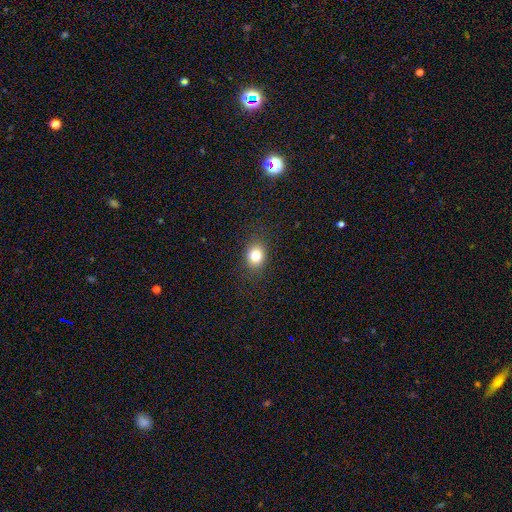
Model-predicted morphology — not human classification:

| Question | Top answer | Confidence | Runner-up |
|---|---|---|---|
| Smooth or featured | smooth | 81% | star or artifact (12%) |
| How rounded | round | 59% | in between (40%) |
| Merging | none | 86% | minor disturbance (9%) |